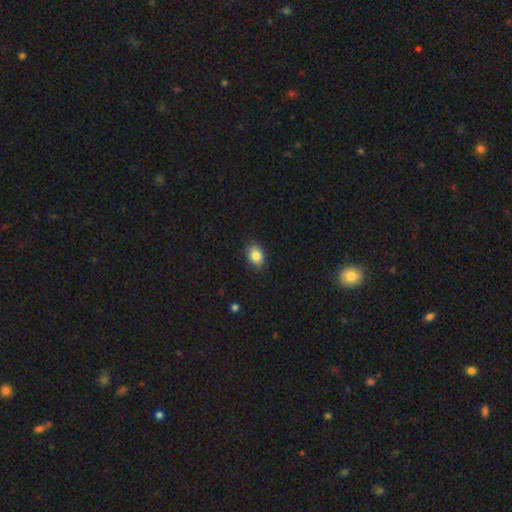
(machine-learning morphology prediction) type=smooth (84%); roundness=in between (74%); merging=none (86%).